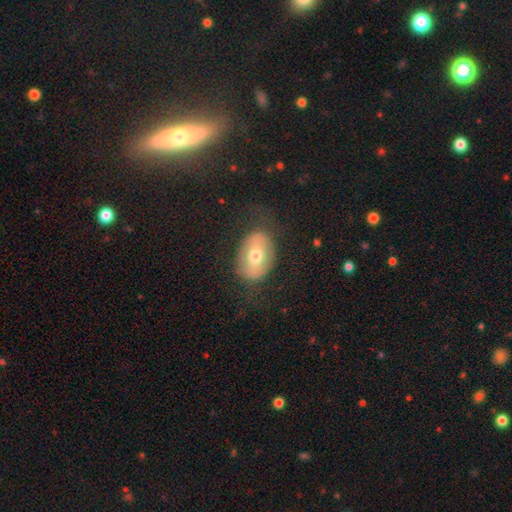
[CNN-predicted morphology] smooth_or_featured: smooth (p=0.46) [alt: featured or disk p=0.45]
merging: none (p=0.73) [alt: minor disturbance p=0.16]